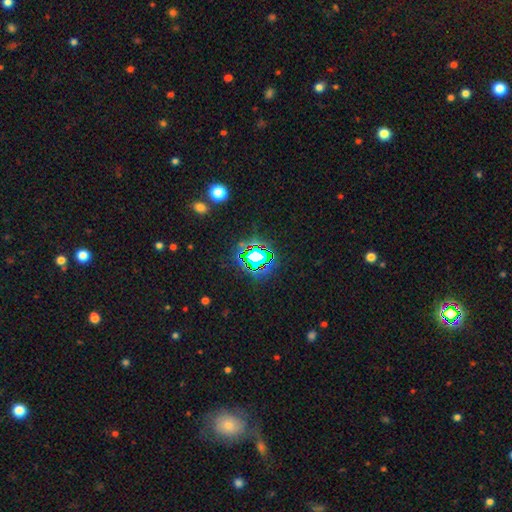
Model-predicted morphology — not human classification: Smooth or featured? Predicted: star or artifact (p=0.72).